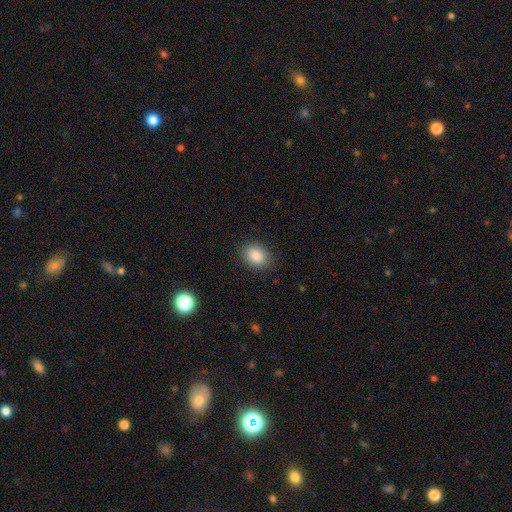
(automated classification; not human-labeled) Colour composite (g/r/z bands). It shows a smooth galaxy with no disk features (87%) that is in between round and cigar-shaped (61%). Merging: none (87%).